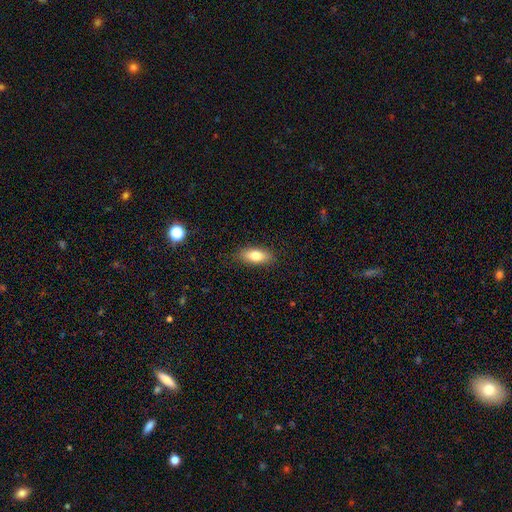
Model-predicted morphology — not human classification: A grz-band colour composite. It shows a smooth galaxy with no disk features (78%) that is in between round and cigar-shaped (79%). Merging: none (85%).